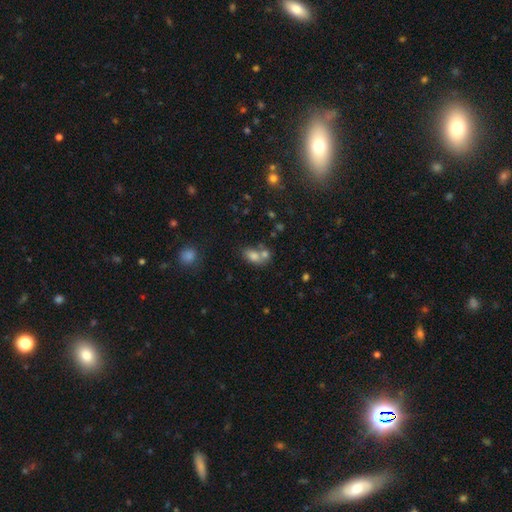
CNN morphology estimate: A smooth galaxy with no disk features (76%) that is in between round and cigar-shaped (80%). Merging: merger (51%).